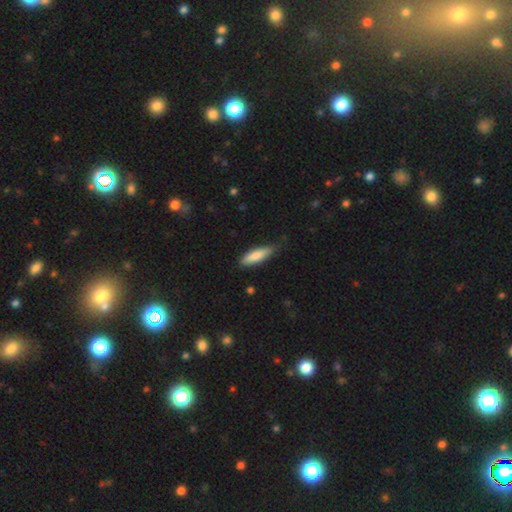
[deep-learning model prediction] This appears to be a smooth galaxy with no disk features (82%) that is cigar-shaped (59%). Merging: none (74%).